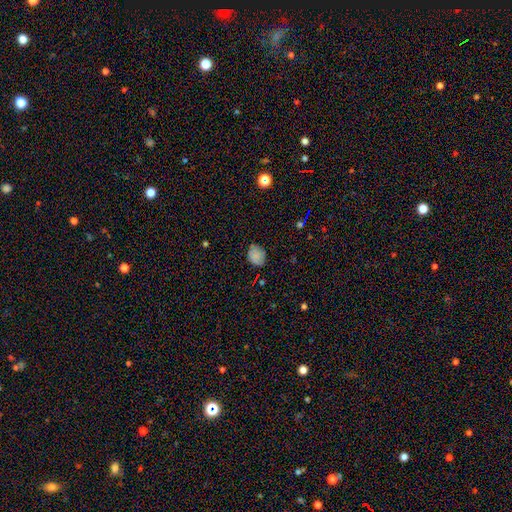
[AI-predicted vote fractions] Smooth or featured? smooth (80%)
How rounded? in between (50%)
Merging? none (76%)